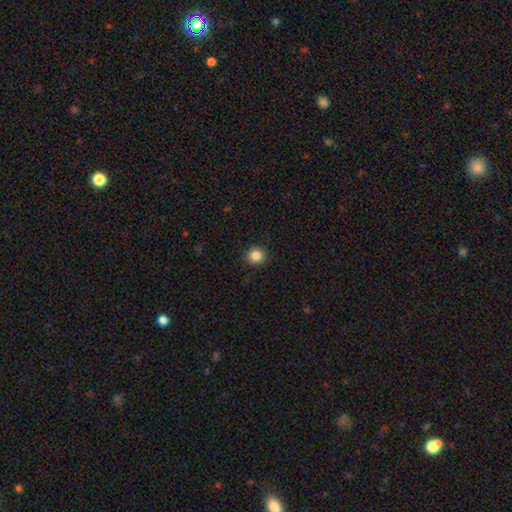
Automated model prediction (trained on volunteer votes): Morphology: type=smooth (85%); roundness=round (92%); merging=none (92%).